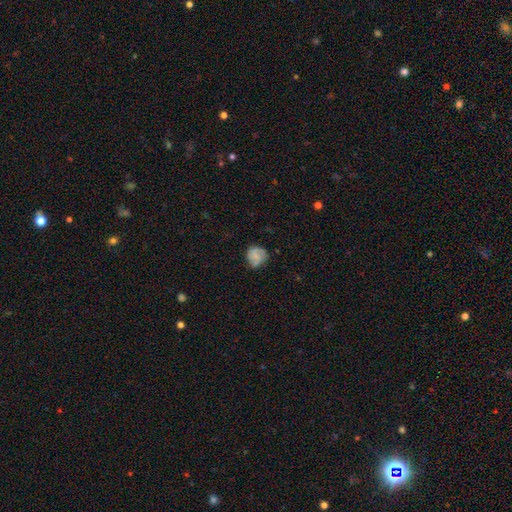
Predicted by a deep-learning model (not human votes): Smooth or featured? smooth (51%)
How rounded? round (77%)
Merging? none (61%)